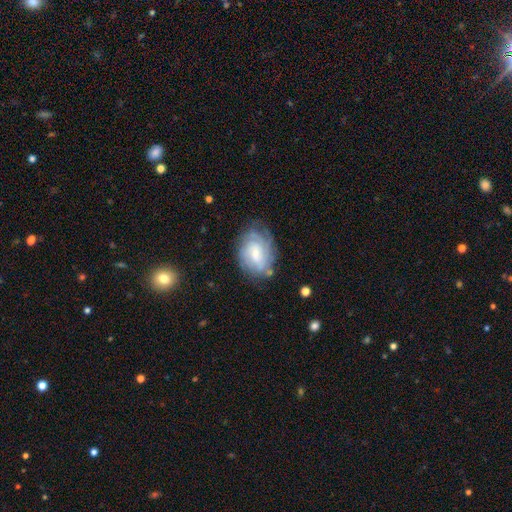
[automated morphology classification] smooth_or_featured: featured or disk (p=0.65) [alt: smooth p=0.27]
disk_edge_on: no (p=0.97) [alt: yes p=0.03]
bar: weak (p=0.47) [alt: no p=0.44]
has_spiral_arms: yes (p=0.84) [alt: no p=0.16]
spiral_winding: tight (p=0.58) [alt: medium p=0.31]
spiral_arm_count: can't tell (p=0.52) [alt: 2 p=0.19]
bulge_size: small (p=0.60) [alt: moderate p=0.33]
merging: none (p=0.64) [alt: minor disturbance p=0.24]